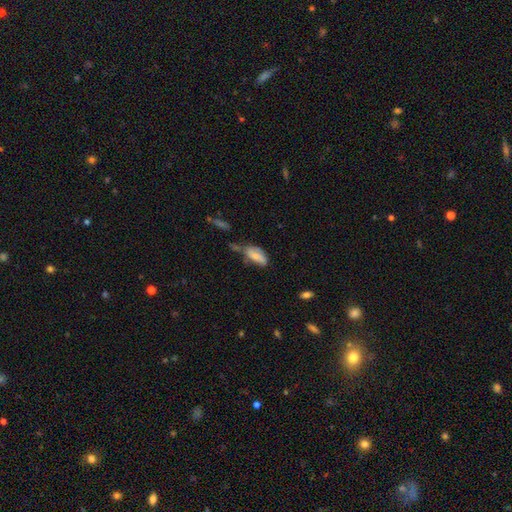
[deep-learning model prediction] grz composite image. It shows a smooth galaxy with no disk features (66%) that is in between round and cigar-shaped (87%). Merging: none (33%).